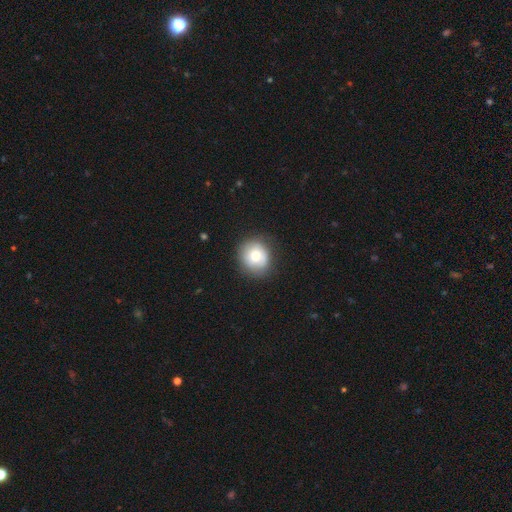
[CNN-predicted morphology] A smooth galaxy with no disk features (70%) that is round (85%).

Vote fractions:
- Smooth or featured? smooth: 70% / featured or disk: 20% / star or artifact: 10%
- How rounded? round: 85% / in between: 14% / cigar-shaped: 1%
- Merging? none: 79% / minor disturbance: 15% / major disturbance: 5% / merger: 1%